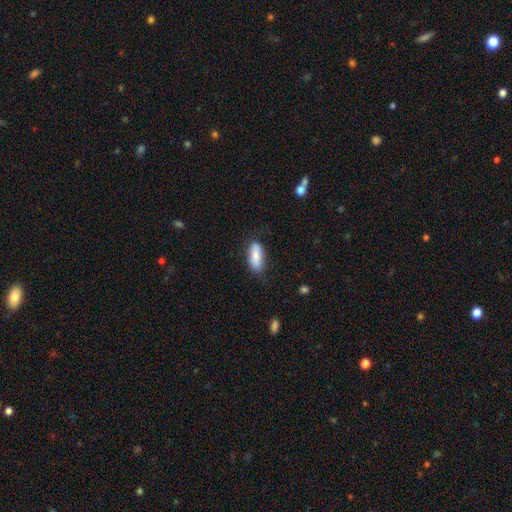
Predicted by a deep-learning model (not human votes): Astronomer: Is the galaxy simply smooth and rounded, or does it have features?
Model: smooth — 82%.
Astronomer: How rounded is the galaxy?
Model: in between — 75%.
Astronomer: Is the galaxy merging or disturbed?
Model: none — 74%.